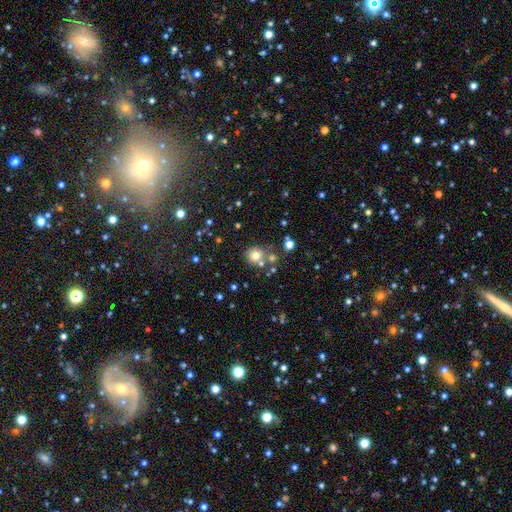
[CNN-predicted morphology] smooth 74%, star or artifact 17%, featured or disk 10%. Down the decision tree: how rounded — round (89%); merging — none (66%).